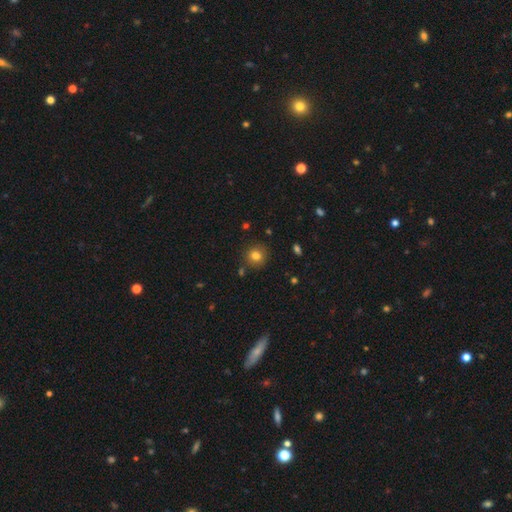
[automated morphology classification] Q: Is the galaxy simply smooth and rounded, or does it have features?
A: smooth — 79%.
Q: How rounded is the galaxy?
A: round — 91%.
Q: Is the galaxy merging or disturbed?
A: none — 87%.